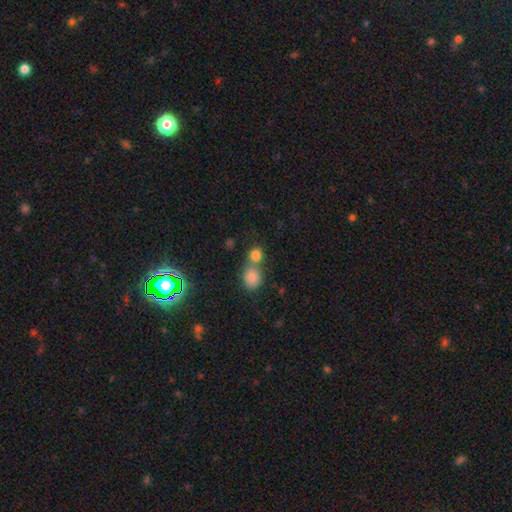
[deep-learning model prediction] A smooth galaxy with no disk features (81%) that is round (75%). Merging: merger (50%).